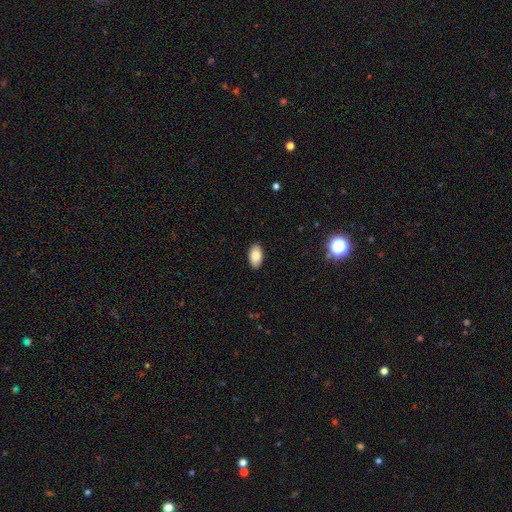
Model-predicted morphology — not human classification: smooth_or_featured: smooth (p=0.85) [alt: star or artifact p=0.07]
how_rounded: in between (p=0.95) [alt: round p=0.03]
merging: none (p=0.89) [alt: minor disturbance p=0.08]